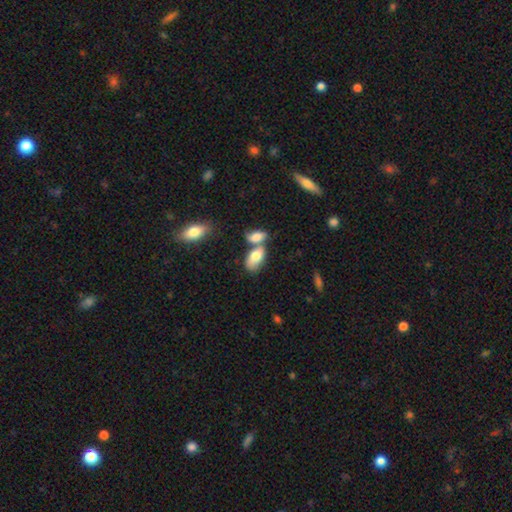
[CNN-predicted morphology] Smooth or featured?
  - smooth: 75% *
  - featured or disk: 18%
  - star or artifact: 7%
How rounded?
  - in between: 92% *
  - round: 5%
  - cigar-shaped: 3%
Merging?
  - merger: 52% *
  - none: 28%
  - minor disturbance: 13%
  - major disturbance: 7%